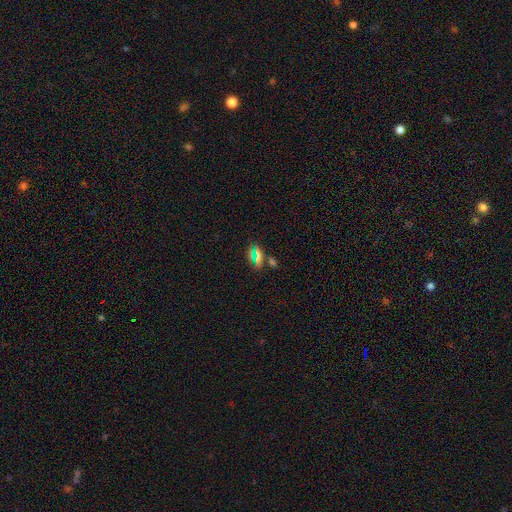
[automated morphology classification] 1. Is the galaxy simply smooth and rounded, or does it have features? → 58% smooth, 31% star or artifact, 11% featured or disk.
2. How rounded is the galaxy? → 67% in between, 18% round, 15% cigar-shaped.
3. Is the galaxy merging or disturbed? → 67% none, 15% minor disturbance, 10% merger, 8% major disturbance.